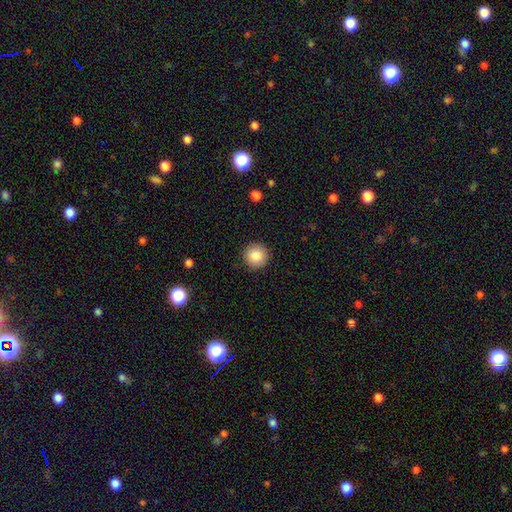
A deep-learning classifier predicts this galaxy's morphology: smooth-or-featured: smooth: 86% | star or artifact: 9% | featured or disk: 6%
  how-rounded: round: 95% | in between: 4% | cigar-shaped: 1%
  merging: none: 92% | minor disturbance: 6% | major disturbance: 2% | merger: 1%